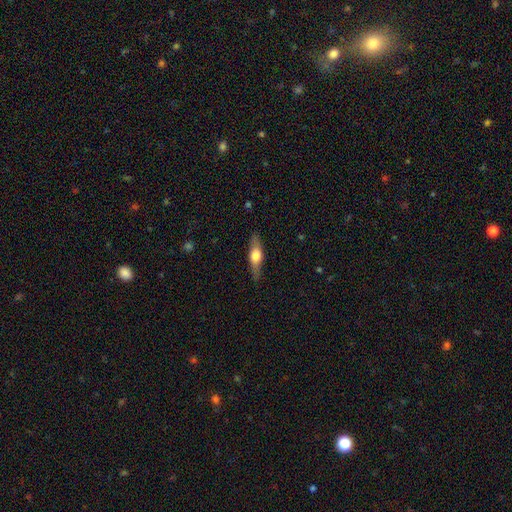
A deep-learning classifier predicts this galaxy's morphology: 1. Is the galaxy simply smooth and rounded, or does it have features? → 51% featured or disk, 43% smooth, 6% star or artifact.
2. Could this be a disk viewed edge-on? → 89% yes, 11% no.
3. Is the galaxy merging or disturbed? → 84% none, 12% minor disturbance, 3% major disturbance, 1% merger.